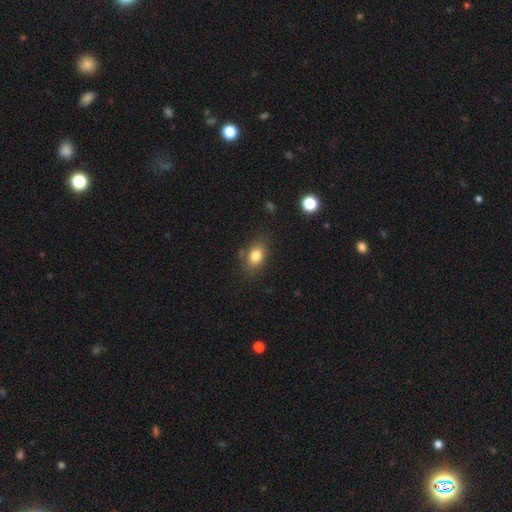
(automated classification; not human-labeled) A smooth galaxy with no disk features (81%) that is in between round and cigar-shaped (74%). Merging: none (77%).